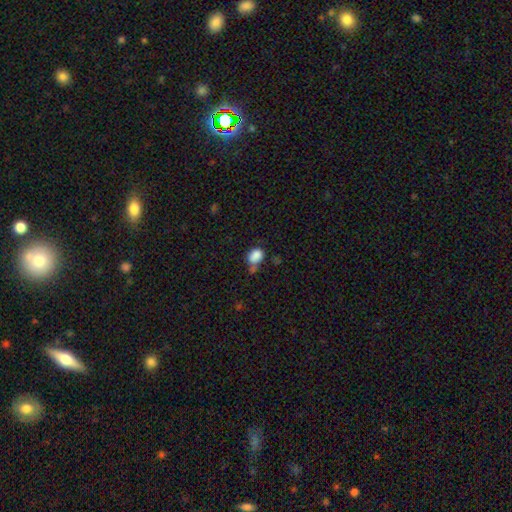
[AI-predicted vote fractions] smooth 84%, star or artifact 10%, featured or disk 6%. Down the decision tree: how rounded — in between (66%); merging — none (47%).